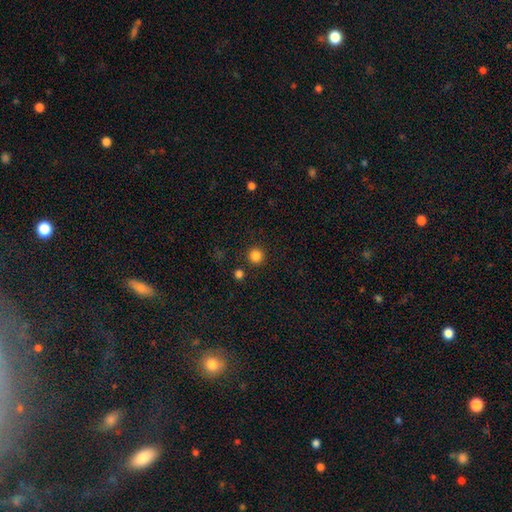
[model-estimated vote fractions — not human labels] Smooth or featured: smooth — 84% (star or artifact — 12%)
How rounded: round — 95% (in between — 4%)
Merging: none — 90% (minor disturbance — 5%)